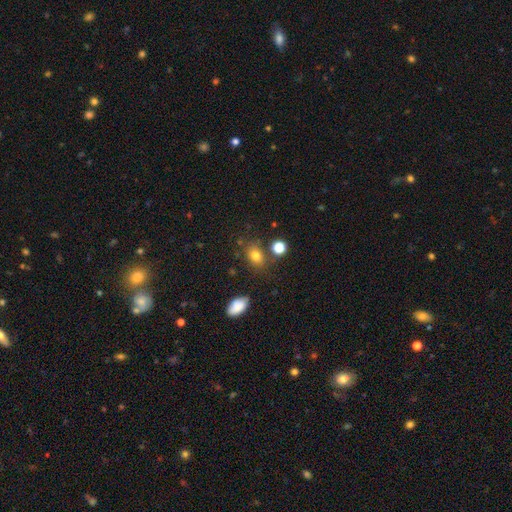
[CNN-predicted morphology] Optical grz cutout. It shows a smooth galaxy with no disk features (78%) that is in between round and cigar-shaped (64%). Merging: none (72%).